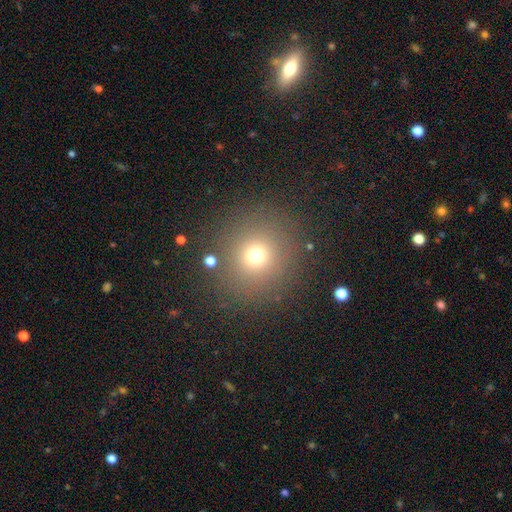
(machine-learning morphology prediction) The model was most divided on "smooth or featured": smooth: 69%, star or artifact: 22%, featured or disk: 10%. More confident: how rounded — round (90%); merging — none (86%).